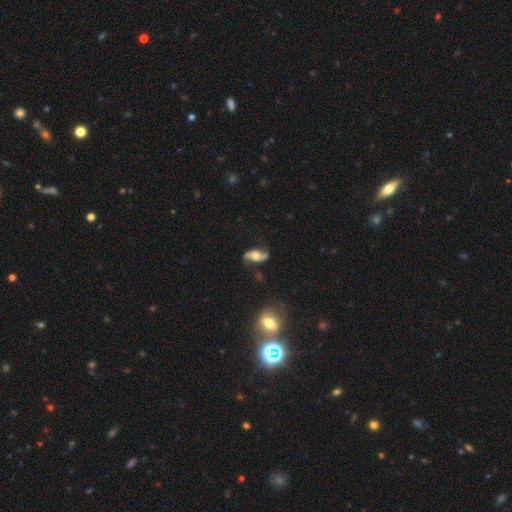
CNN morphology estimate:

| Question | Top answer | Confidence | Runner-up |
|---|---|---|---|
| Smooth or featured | featured or disk | 77% | smooth (16%) |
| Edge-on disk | no | 90% | yes (10%) |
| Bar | no | 60% | weak (26%) |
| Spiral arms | yes | 93% | no (7%) |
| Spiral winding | loose | 76% | medium (18%) |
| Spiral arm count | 2 | 93% | can't tell (3%) |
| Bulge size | moderate | 57% | large (20%) |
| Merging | none | 75% | minor disturbance (16%) |